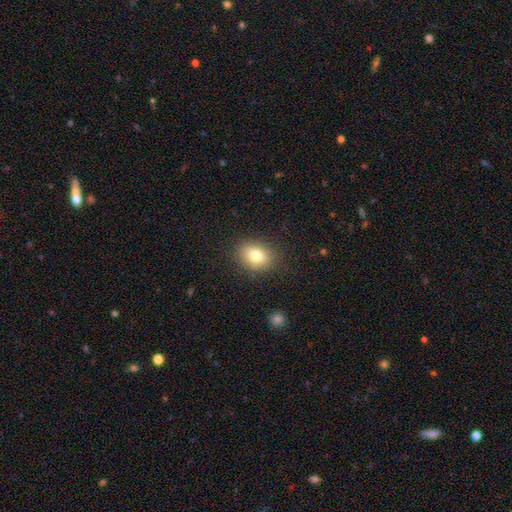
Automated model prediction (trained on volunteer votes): Morphology: type=smooth (79%); roundness=in between (59%); merging=none (85%).